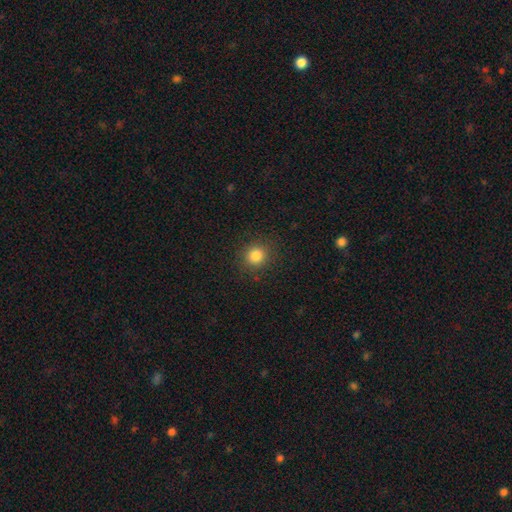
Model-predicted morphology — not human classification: This is clearly a smooth galaxy (83%). How rounded: clearly round (88%). Merging: clearly none (89%).